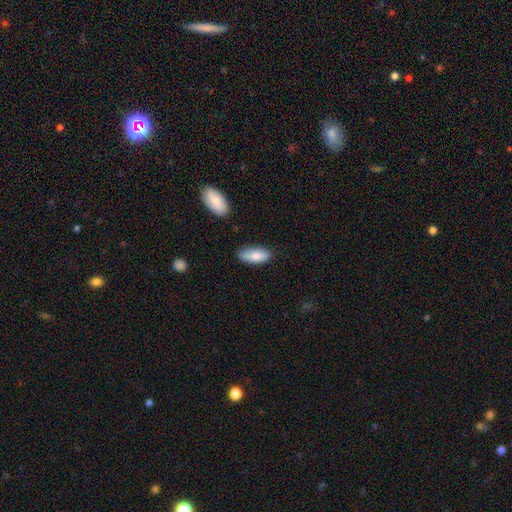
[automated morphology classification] A smooth galaxy with no disk features (84%) that is in between round and cigar-shaped (82%). Merging: none (79%).